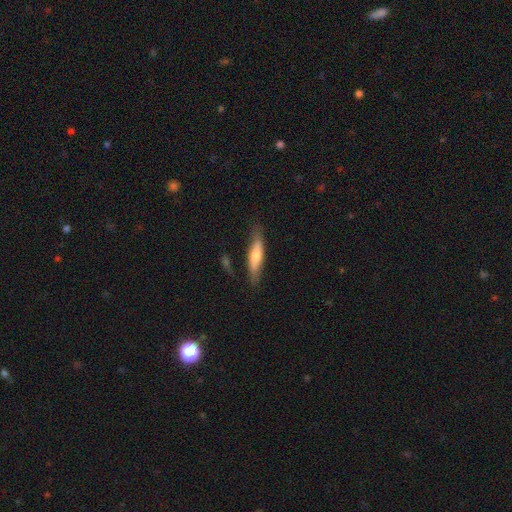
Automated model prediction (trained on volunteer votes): smooth_or_featured: smooth (p=0.58) [alt: featured or disk p=0.36]
how_rounded: cigar-shaped (p=0.74) [alt: in between p=0.24]
merging: none (p=0.74) [alt: minor disturbance p=0.19]